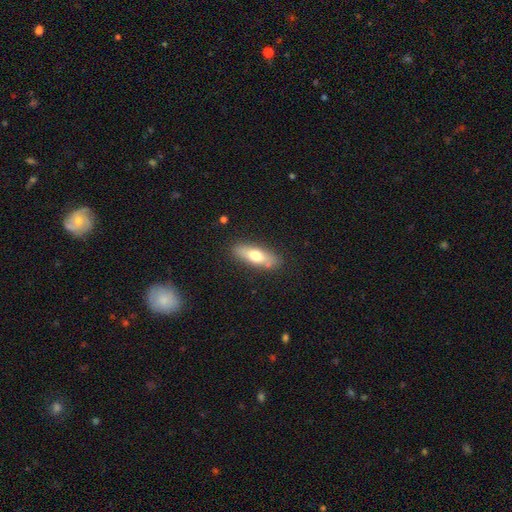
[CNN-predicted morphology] A smooth galaxy with no disk features (64%) that is in between round and cigar-shaped (55%). Merging: none (84%).